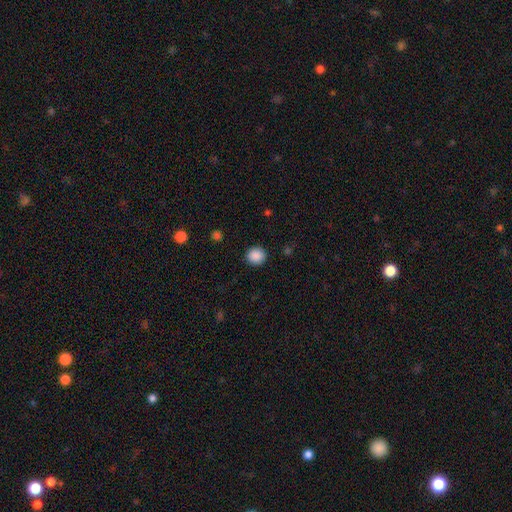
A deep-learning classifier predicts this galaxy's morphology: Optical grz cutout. It shows a smooth galaxy with no disk features (89%) that is round (89%). Merging: none (91%).